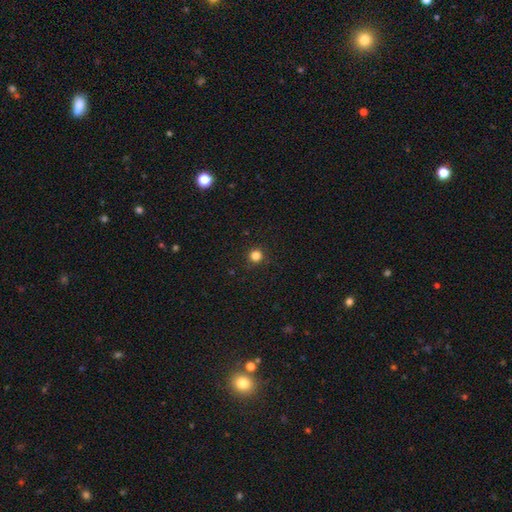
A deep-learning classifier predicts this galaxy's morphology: Smooth or featured? smooth (82%)
How rounded? round (95%)
Merging? none (91%)